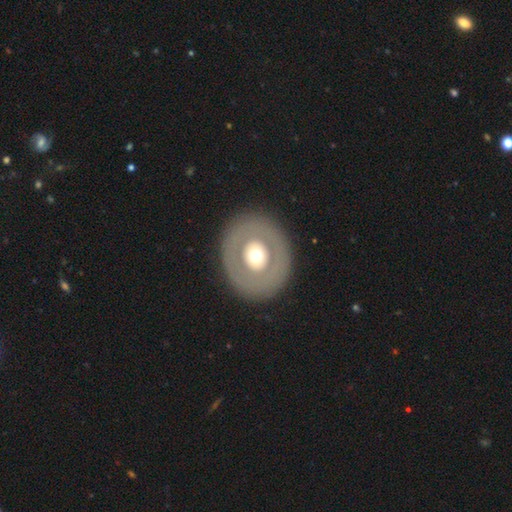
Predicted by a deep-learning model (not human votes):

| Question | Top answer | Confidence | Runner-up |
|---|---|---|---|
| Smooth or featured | featured or disk | 48% | smooth (46%) |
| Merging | none | 86% | minor disturbance (8%) |